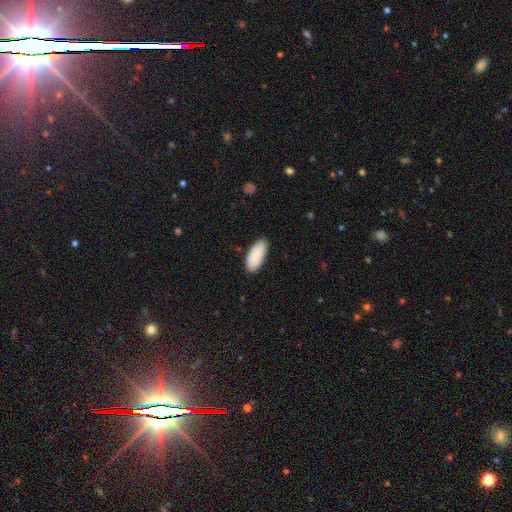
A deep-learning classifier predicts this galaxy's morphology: Smooth or featured? Predicted: smooth (p=0.87). How rounded? Predicted: in between (p=0.89). Merging? Predicted: none (p=0.84).